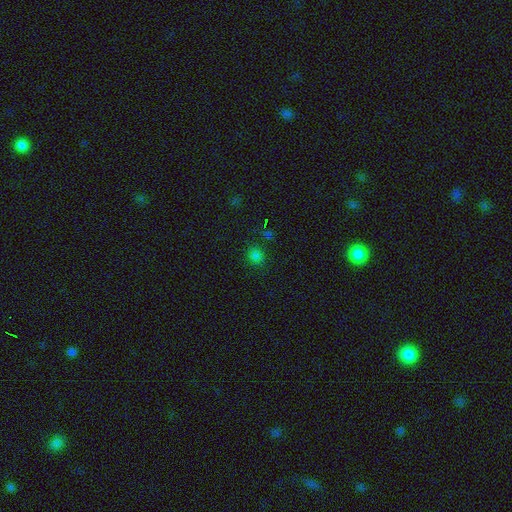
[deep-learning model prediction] Smooth or featured? Predicted: smooth (p=0.76). How rounded? Predicted: round (p=0.82). Merging? Predicted: none (p=0.84).